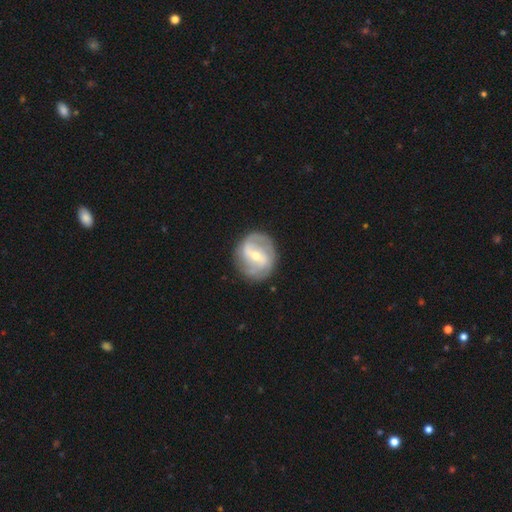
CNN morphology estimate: This appears to be a featured or disk galaxy (79%) with a weak bar (48%), 2 (72%) medium (43%) spiral arms (89%) and a moderate central bulge (48%). Merging: none (79%).